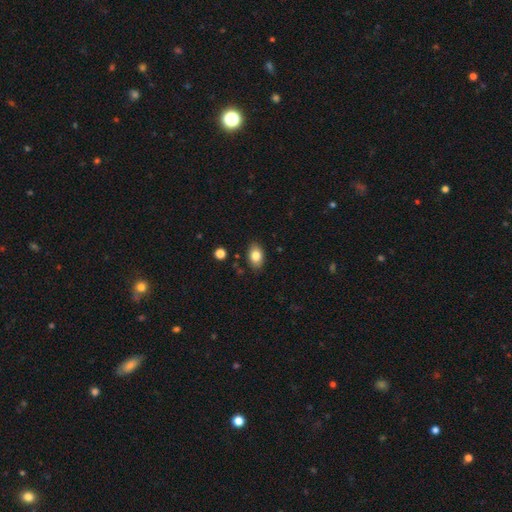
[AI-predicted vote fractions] Overall: smooth (81%). How rounded: in between (86%). Merging: none (86%).